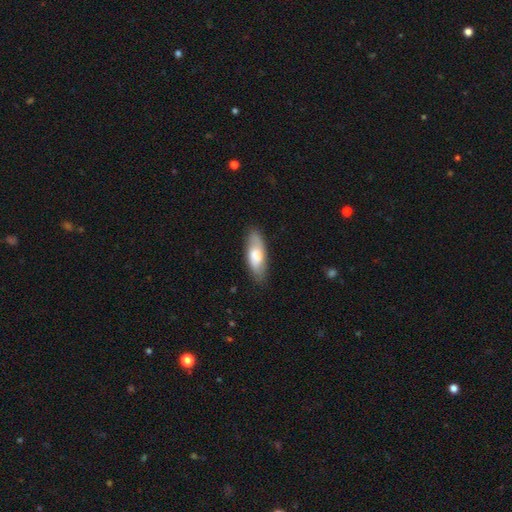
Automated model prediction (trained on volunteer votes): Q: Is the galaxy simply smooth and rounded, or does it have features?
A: smooth — 67%.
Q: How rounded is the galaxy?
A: in between — 68%.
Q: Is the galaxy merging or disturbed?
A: none — 83%.